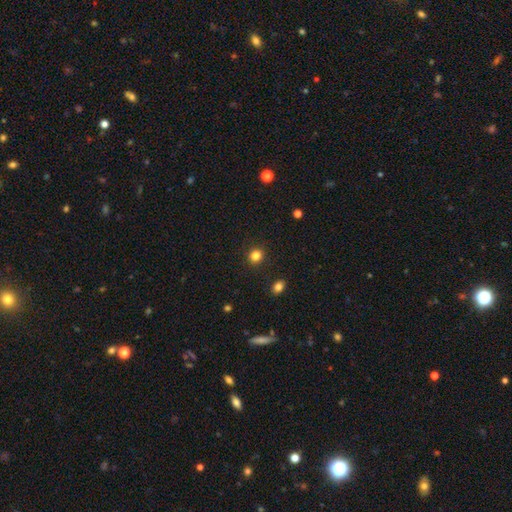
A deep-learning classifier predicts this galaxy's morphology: type=smooth (82%); roundness=round (83%); merging=none (90%).